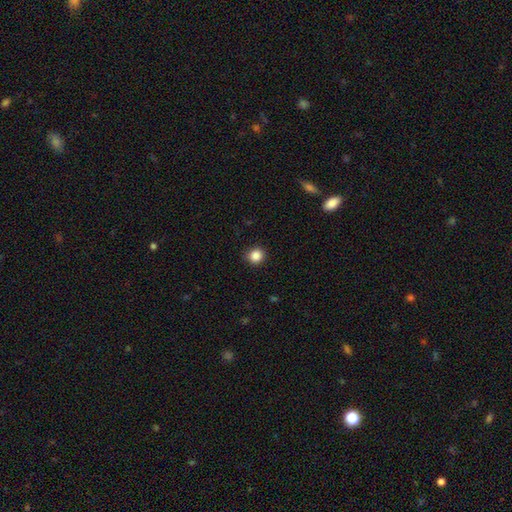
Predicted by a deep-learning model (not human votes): Overall: smooth (86%). How rounded: round (88%). Merging: none (89%).